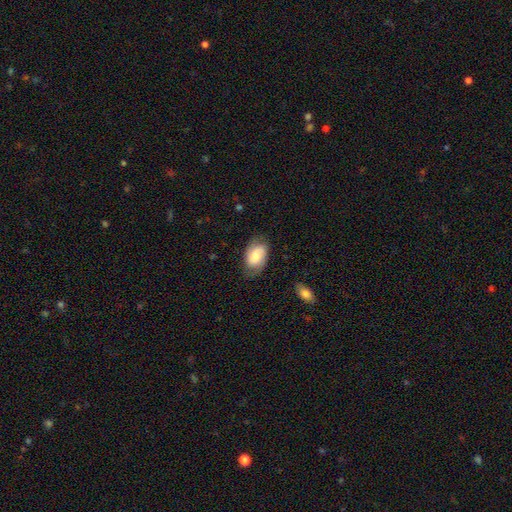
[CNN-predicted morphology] Q: Smooth or featured?
A: smooth (54%); runner-up: featured or disk (39%)
Q: How rounded?
A: in between (88%); runner-up: round (10%)
Q: Merging?
A: none (69%); runner-up: minor disturbance (22%)